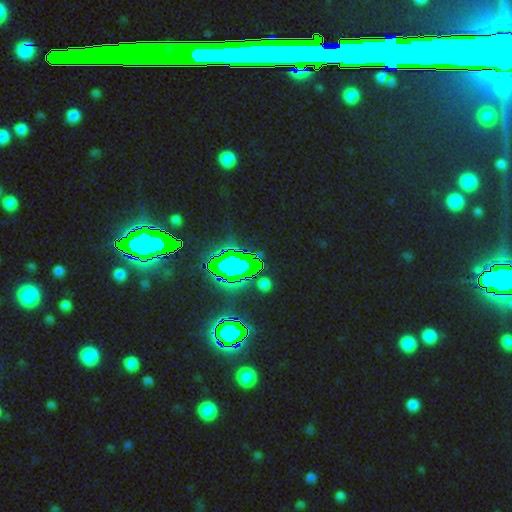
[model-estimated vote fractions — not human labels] Q: Smooth or featured?
A: star or artifact (80%); runner-up: smooth (12%)